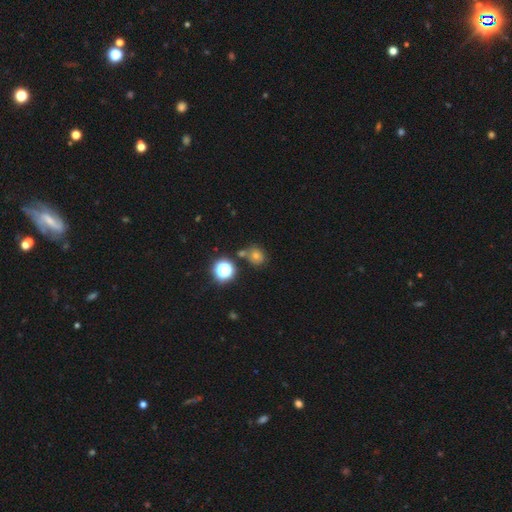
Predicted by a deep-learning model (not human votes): smooth-or-featured: smooth: 51% | star or artifact: 38% | featured or disk: 11%
  how-rounded: round: 81% | in between: 18% | cigar-shaped: 1%
  merging: none: 74% | minor disturbance: 11% | merger: 11% | major disturbance: 4%